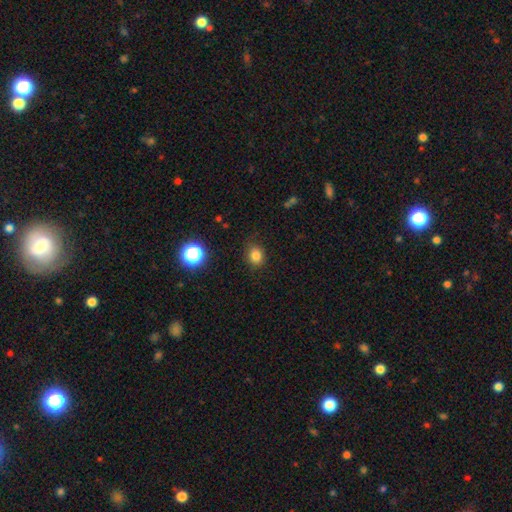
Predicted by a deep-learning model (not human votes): This appears to be a smooth galaxy with no disk features (81%) that is round (66%). Merging: none (82%).